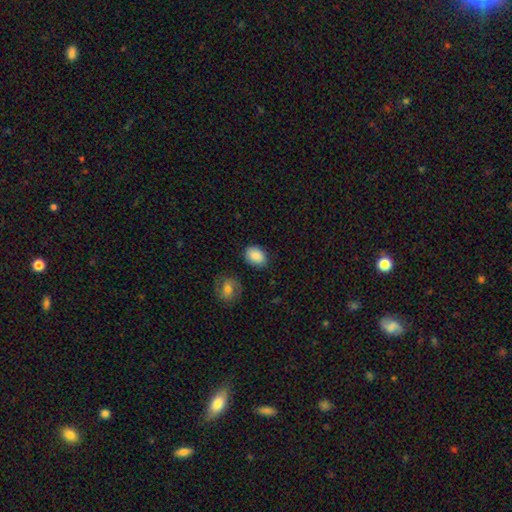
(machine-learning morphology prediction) Overall: smooth (87%). How rounded: in between (73%). Merging: none (82%).